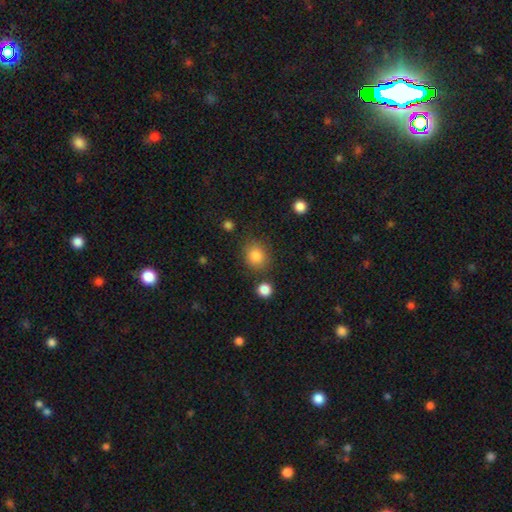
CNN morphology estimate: type=smooth (85%); roundness=round (76%); merging=none (77%).